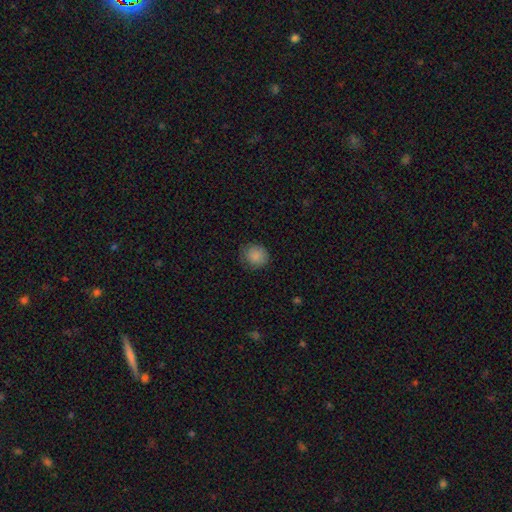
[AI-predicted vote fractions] Q: Smooth or featured?
A: smooth (86%); runner-up: star or artifact (9%)
Q: How rounded?
A: round (83%); runner-up: in between (16%)
Q: Merging?
A: none (80%); runner-up: minor disturbance (15%)